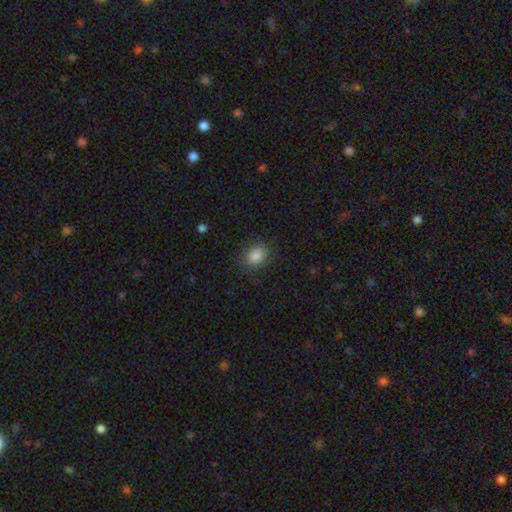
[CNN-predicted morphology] Q: Smooth or featured?
A: smooth (86%); runner-up: star or artifact (10%)
Q: How rounded?
A: in between (53%); runner-up: round (46%)
Q: Merging?
A: none (84%); runner-up: minor disturbance (12%)